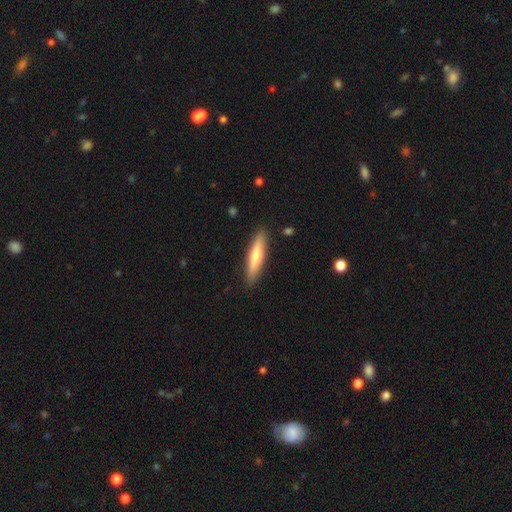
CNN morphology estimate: Smooth or featured? Predicted: smooth (p=0.57). How rounded? Predicted: cigar-shaped (p=0.85). Merging? Predicted: none (p=0.89).